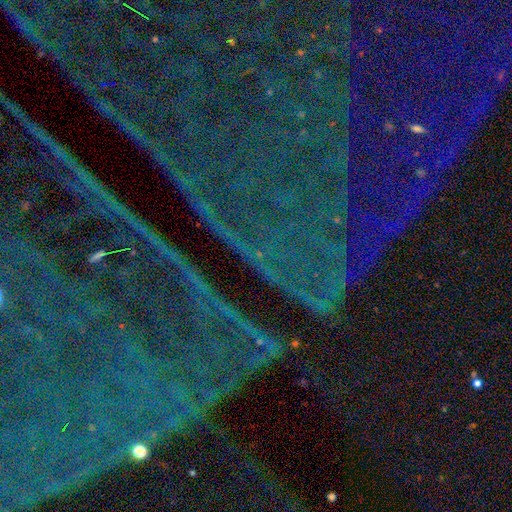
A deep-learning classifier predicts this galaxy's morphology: Q: Smooth or featured?
A: star or artifact (87%); runner-up: featured or disk (7%)